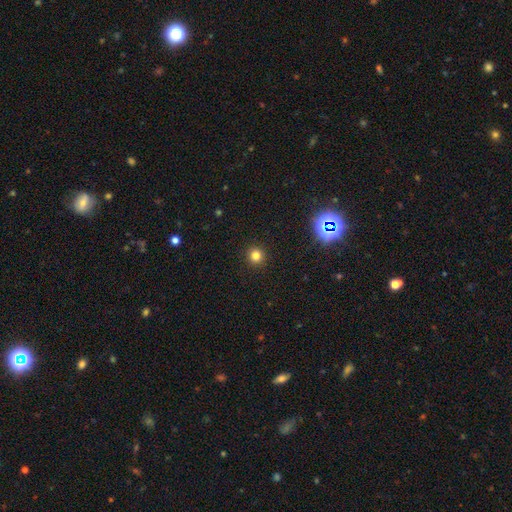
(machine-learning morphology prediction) Smooth or featured: smooth — 79% (star or artifact — 16%)
How rounded: round — 95% (in between — 4%)
Merging: none — 93% (minor disturbance — 4%)